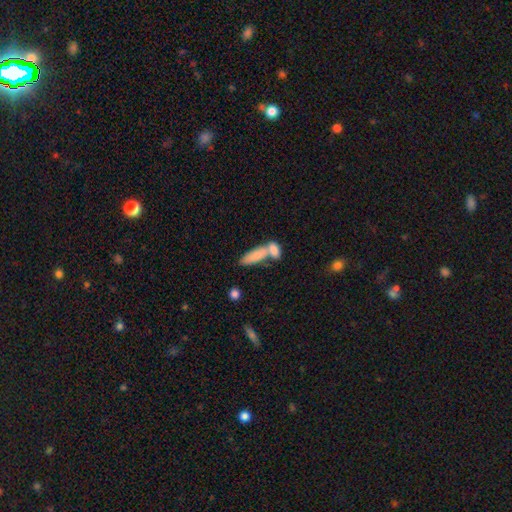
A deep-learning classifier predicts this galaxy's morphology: Q: Smooth or featured?
A: smooth (81%); runner-up: featured or disk (12%)
Q: How rounded?
A: in between (63%); runner-up: cigar-shaped (35%)
Q: Merging?
A: merger (53%); runner-up: none (33%)